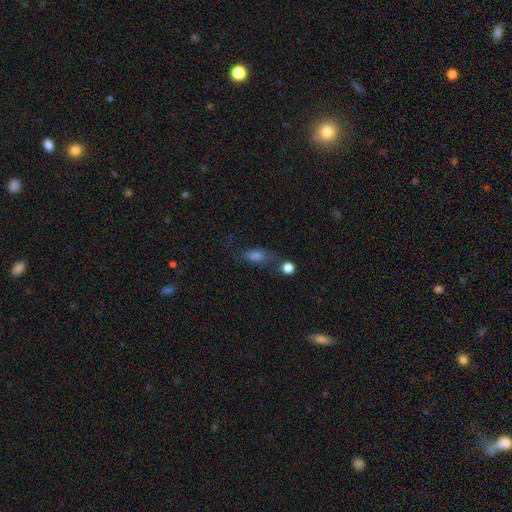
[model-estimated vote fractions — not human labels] Morphology: type=smooth (52%); roundness=in between (72%); merging=none (51%).